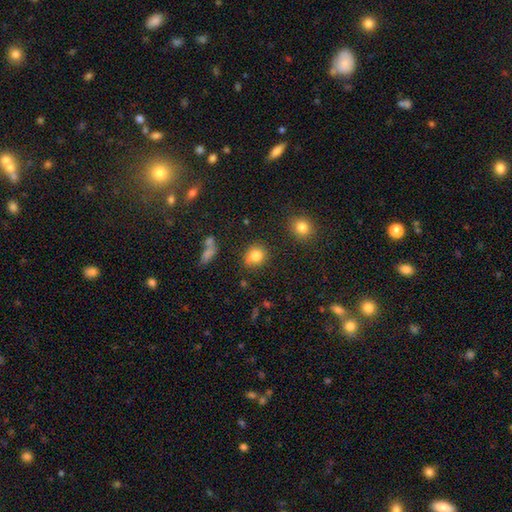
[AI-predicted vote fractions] A smooth galaxy with no disk features (82%) that is round (77%).

Vote fractions:
- Smooth or featured? smooth: 82% / star or artifact: 11% / featured or disk: 7%
- How rounded? round: 77% / in between: 21% / cigar-shaped: 1%
- Merging? none: 76% / minor disturbance: 15% / merger: 5% / major disturbance: 4%